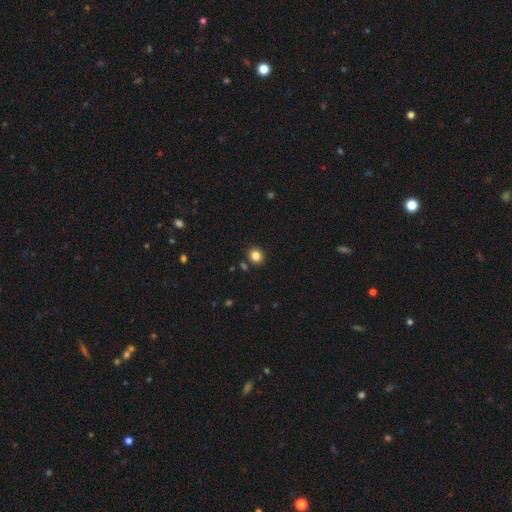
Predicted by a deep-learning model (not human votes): smooth 83%, star or artifact 12%, featured or disk 5%. Down the decision tree: how rounded — round (85%); merging — none (87%).